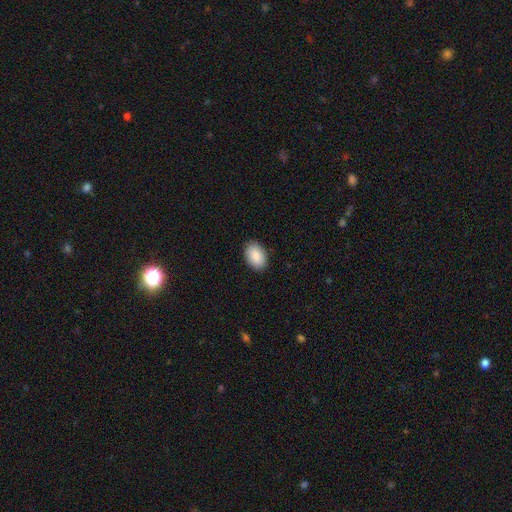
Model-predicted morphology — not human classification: A smooth galaxy with no disk features (90%) that is in between round and cigar-shaped (91%). Merging: none (89%).